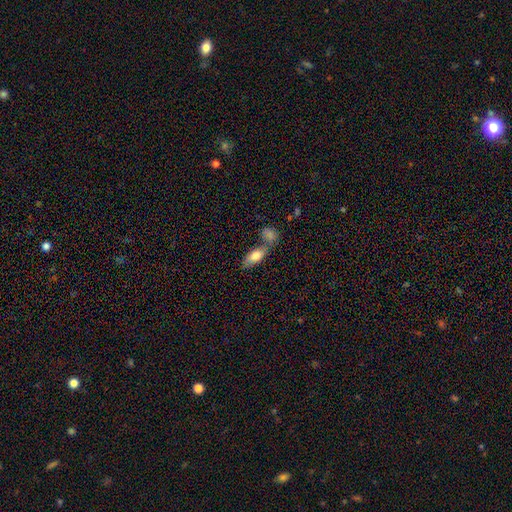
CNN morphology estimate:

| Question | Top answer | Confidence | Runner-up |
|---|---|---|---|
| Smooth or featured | smooth | 74% | featured or disk (19%) |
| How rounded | in between | 82% | cigar-shaped (14%) |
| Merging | none | 48% | merger (34%) |